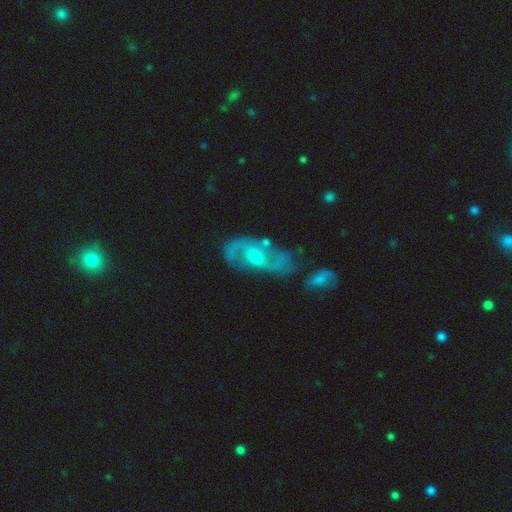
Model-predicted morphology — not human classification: Smooth or featured? featured or disk (80%)
Edge-on disk? no (94%)
Bar? no (52%)
Spiral arms? yes (87%)
Spiral winding? medium (48%)
Spiral arm count? 2 (76%)
Bulge size? moderate (57%)
Merging? none (54%)